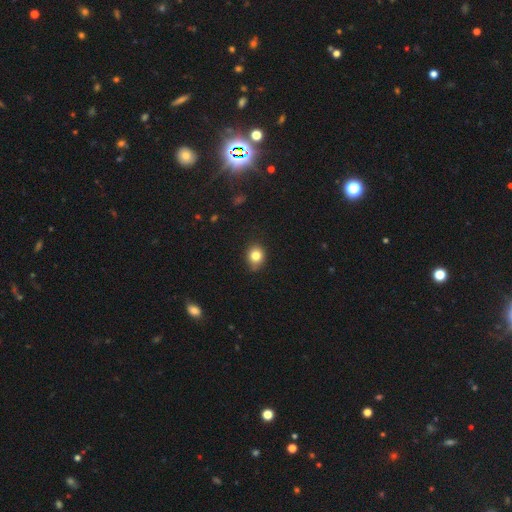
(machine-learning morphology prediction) This appears to be a smooth galaxy with no disk features (81%) that is round (67%). Merging: none (77%).